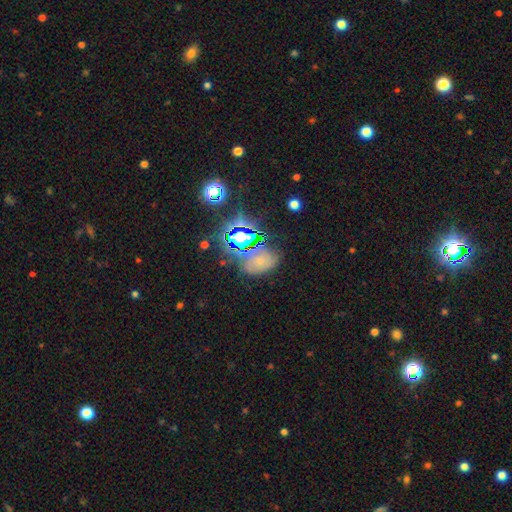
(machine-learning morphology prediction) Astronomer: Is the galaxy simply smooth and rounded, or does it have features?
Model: star or artifact — 67%.